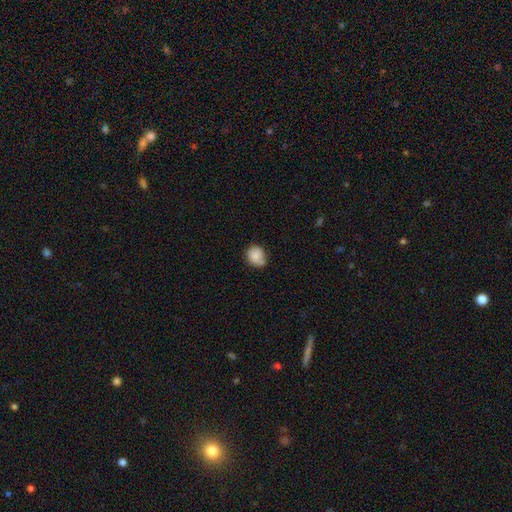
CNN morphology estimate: The model was most divided on "merging": none: 57%, minor disturbance: 31%, major disturbance: 6%, merger: 6%. More confident: smooth or featured — smooth (84%); how rounded — round (70%).